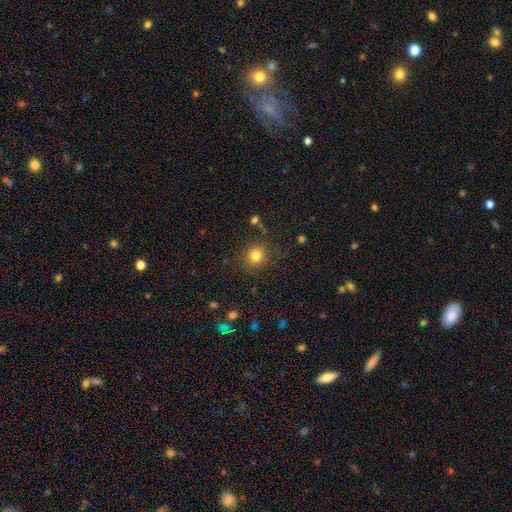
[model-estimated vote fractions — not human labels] smooth_or_featured: smooth (p=0.81) [alt: star or artifact p=0.13]
how_rounded: round (p=0.86) [alt: in between p=0.13]
merging: none (p=0.85) [alt: minor disturbance p=0.09]